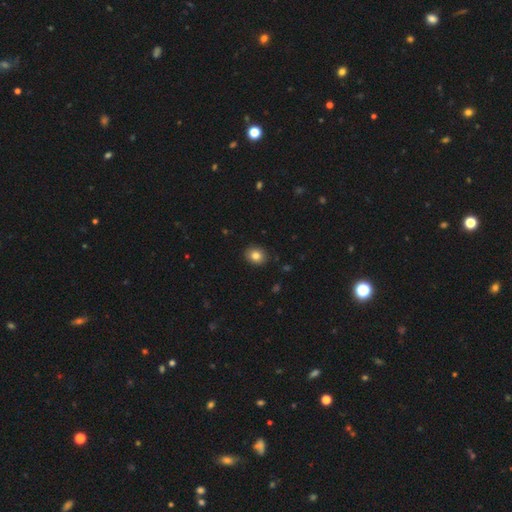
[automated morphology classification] A smooth galaxy with no disk features (83%) that is round (55%). Merging: none (90%).